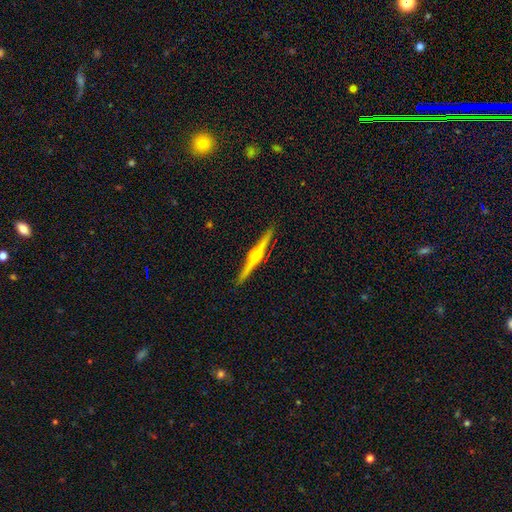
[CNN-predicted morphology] featured or disk 83%, smooth 12%, star or artifact 5%. Down the decision tree: edge-on disk — yes (99%); edge-on bulge — rounded (93%); merging — none (92%).